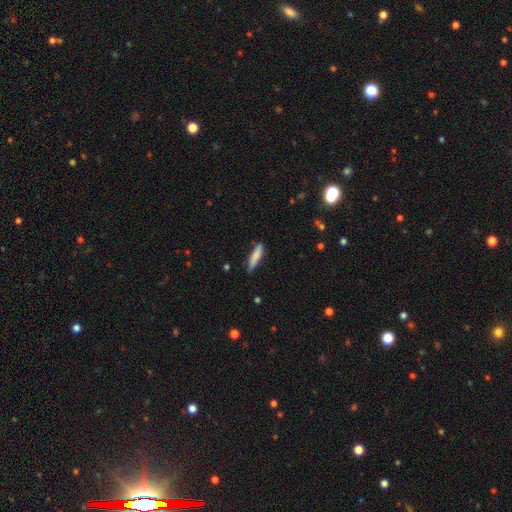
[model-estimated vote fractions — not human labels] Q: Smooth or featured?
A: smooth (77%); runner-up: featured or disk (17%)
Q: How rounded?
A: cigar-shaped (86%); runner-up: in between (12%)
Q: Merging?
A: none (82%); runner-up: minor disturbance (14%)